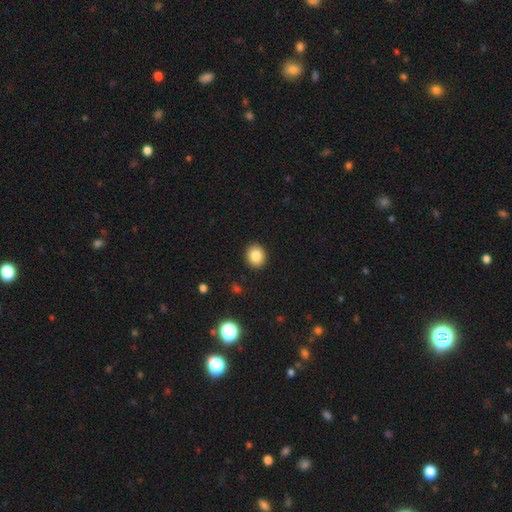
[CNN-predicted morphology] This appears to be a smooth galaxy with no disk features (84%) that is round (71%). Merging: none (91%).